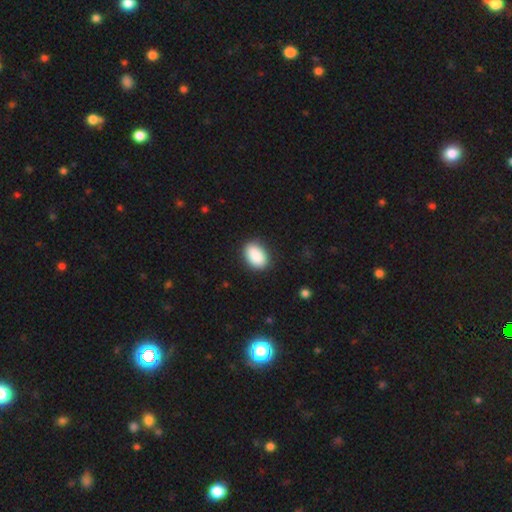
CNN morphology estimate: type=smooth (90%); roundness=in between (88%); merging=none (87%).